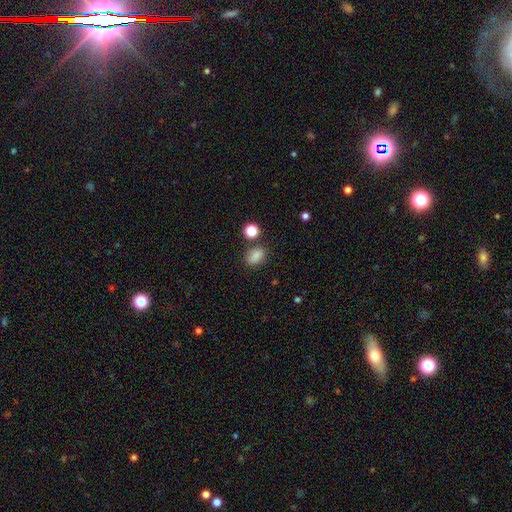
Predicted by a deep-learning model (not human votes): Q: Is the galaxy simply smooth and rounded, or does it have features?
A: smooth — 83%.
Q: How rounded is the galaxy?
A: in between — 73%.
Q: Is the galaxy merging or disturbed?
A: none — 74%.